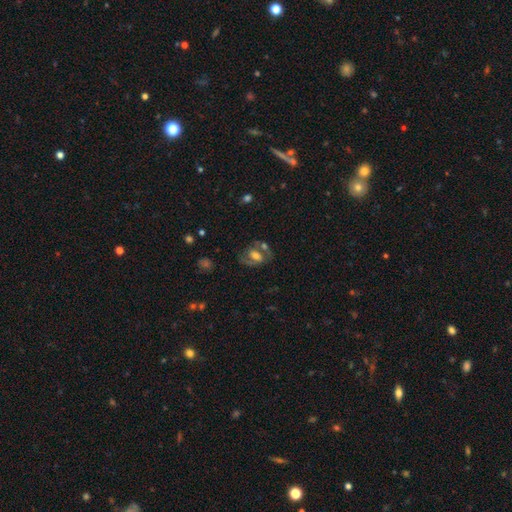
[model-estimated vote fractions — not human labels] Morphology: type=featured or disk (55%); edge-on=no (93%); bar=no (38%); spiral arms=yes (61%); bulge=moderate (45%); merging=none (50%).